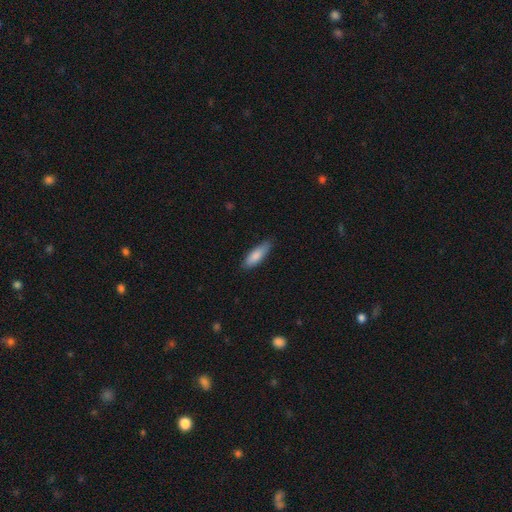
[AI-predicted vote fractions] Smooth or featured? Predicted: smooth (p=0.84). How rounded? Predicted: in between (p=0.53). Merging? Predicted: none (p=0.79).